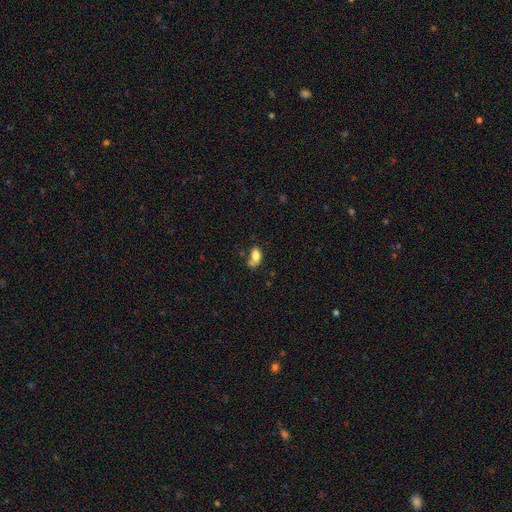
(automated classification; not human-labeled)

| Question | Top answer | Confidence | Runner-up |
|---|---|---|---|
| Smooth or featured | smooth | 77% | featured or disk (13%) |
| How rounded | in between | 89% | round (8%) |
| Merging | none | 37% | merger (30%) |